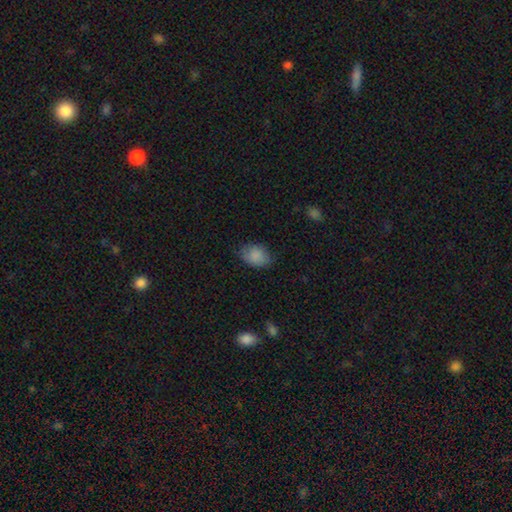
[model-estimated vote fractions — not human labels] A smooth galaxy with no disk features (86%) that is in between round and cigar-shaped (70%).

Vote fractions:
- Smooth or featured? smooth: 86% / star or artifact: 8% / featured or disk: 6%
- How rounded? in between: 70% / round: 29% / cigar-shaped: 1%
- Merging? none: 72% / minor disturbance: 22% / major disturbance: 5% / merger: 1%